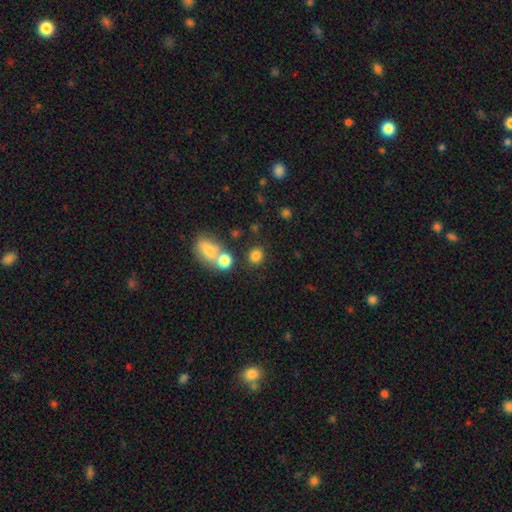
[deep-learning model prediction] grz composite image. It shows a smooth galaxy with no disk features (81%) that is round (78%). Merging: none (72%).